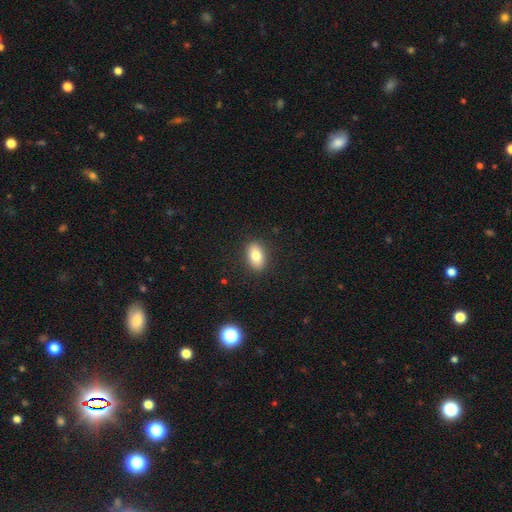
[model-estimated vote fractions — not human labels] Q: Smooth or featured?
A: smooth (79%); runner-up: featured or disk (13%)
Q: How rounded?
A: in between (88%); runner-up: round (9%)
Q: Merging?
A: none (88%); runner-up: minor disturbance (8%)